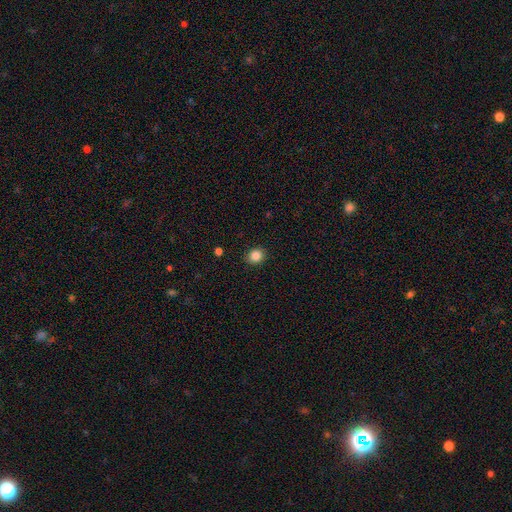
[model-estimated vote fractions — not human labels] A smooth galaxy with no disk features (85%) that is round (78%).

Vote fractions:
- Smooth or featured? smooth: 85% / star or artifact: 11% / featured or disk: 4%
- How rounded? round: 78% / in between: 21% / cigar-shaped: 1%
- Merging? none: 91% / minor disturbance: 6% / major disturbance: 2% / merger: 1%